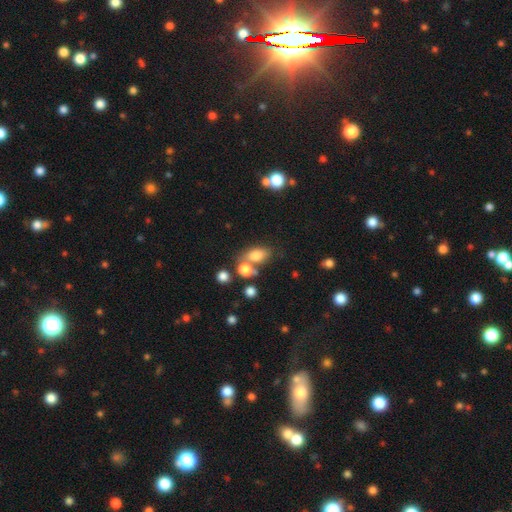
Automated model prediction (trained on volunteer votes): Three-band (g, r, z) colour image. It shows a smooth galaxy with no disk features (77%) that is in between round and cigar-shaped (80%). Merging: none (49%).